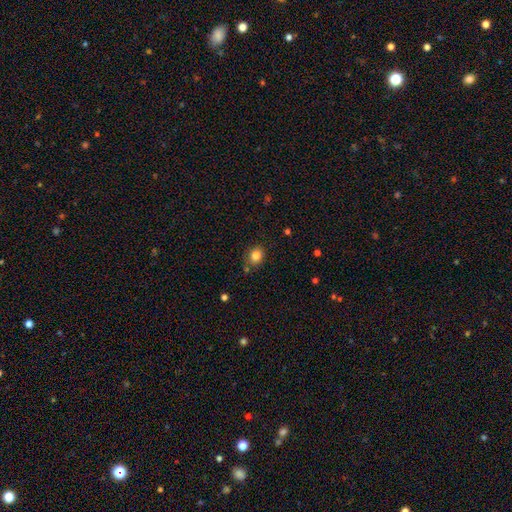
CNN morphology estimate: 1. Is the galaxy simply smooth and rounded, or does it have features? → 84% smooth, 10% star or artifact, 6% featured or disk.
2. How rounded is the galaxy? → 54% round, 45% in between, 1% cigar-shaped.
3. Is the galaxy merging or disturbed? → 77% none, 15% minor disturbance, 5% merger, 3% major disturbance.